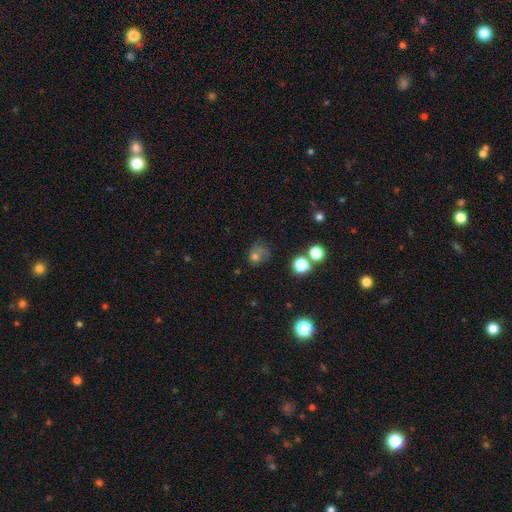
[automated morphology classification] A smooth galaxy with no disk features (67%) that is round (67%). Merging: none (45%).